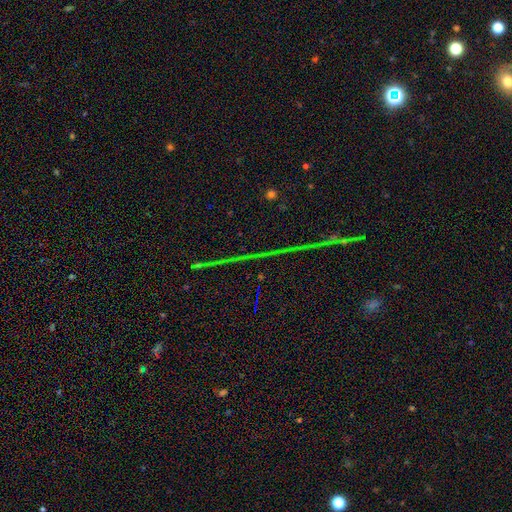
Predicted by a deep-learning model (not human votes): Smooth or featured? star or artifact (83%)